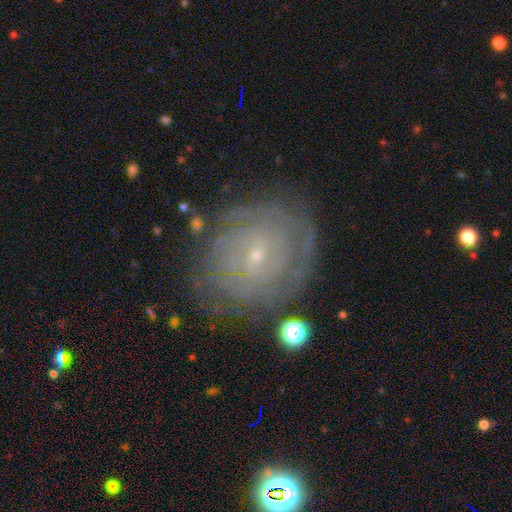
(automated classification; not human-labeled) A featured or disk galaxy (77%) with no bar (65%), tight (80%) spiral arms (88%) and a small central bulge (87%).

Vote fractions:
- Smooth or featured? featured or disk: 77% / smooth: 14% / star or artifact: 9%
- Edge-on disk? no: 97% / yes: 3%
- Bar? no: 65% / weak: 28% / strong: 7%
- Spiral arms? yes: 88% / no: 12%
- Spiral winding? tight: 80% / medium: 15% / loose: 5%
- Spiral arm count? can't tell: 51% / 4: 12% / 2: 12% / 3: 10% / more than 4: 9% / 1: 6%
- Bulge size? small: 87% / moderate: 9% / none: 2% / large: 1% / dominant: 1%
- Merging? none: 77% / minor disturbance: 16% / major disturbance: 6% / merger: 2%